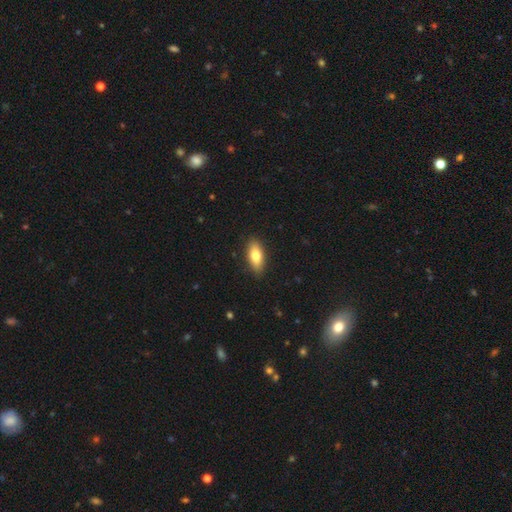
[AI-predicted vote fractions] Morphology: type=smooth (77%); roundness=in between (83%); merging=none (89%).